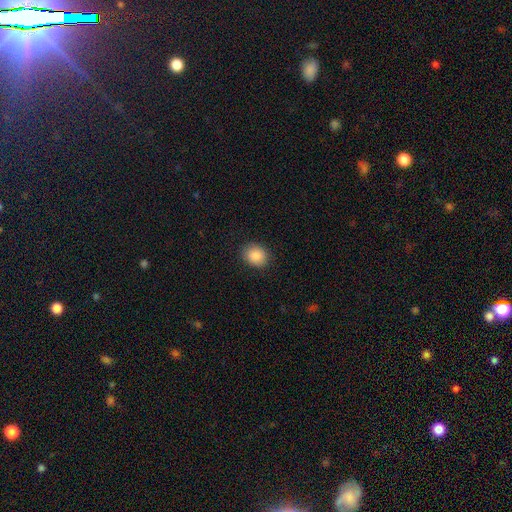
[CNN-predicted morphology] smooth-or-featured: smooth: 88% | star or artifact: 8% | featured or disk: 4%
  how-rounded: round: 60% | in between: 39% | cigar-shaped: 1%
  merging: none: 87% | minor disturbance: 9% | major disturbance: 3% | merger: 1%